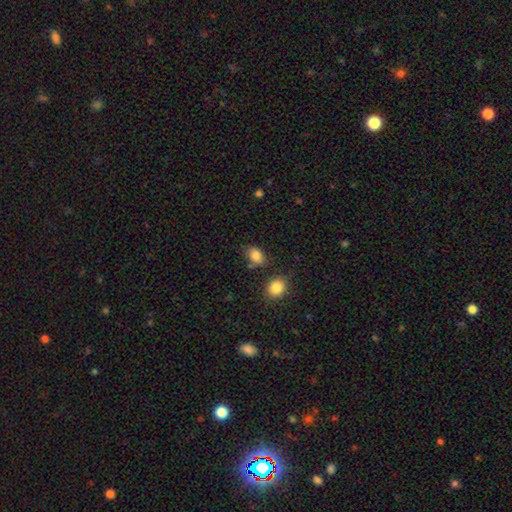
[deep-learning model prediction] Smooth or featured? smooth (84%)
How rounded? in between (80%)
Merging? none (67%)